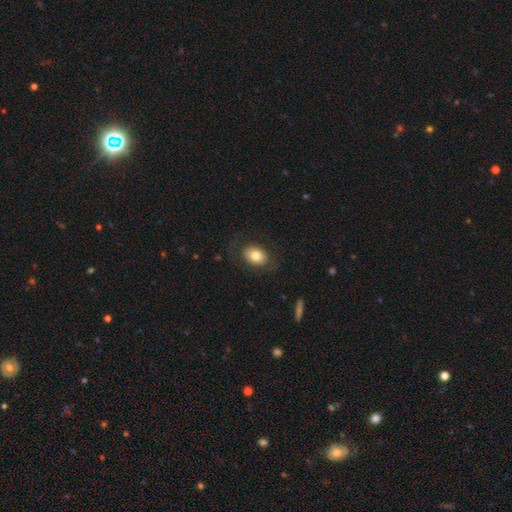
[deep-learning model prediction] This is likely a smooth galaxy (78%). How rounded: likely in between (78%). Merging: likely none (79%).